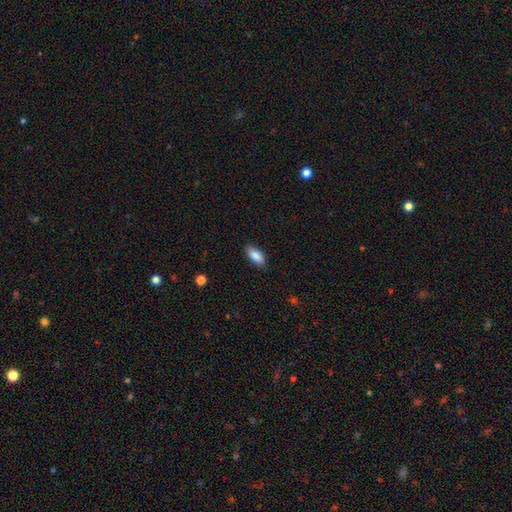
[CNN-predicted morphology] smooth_or_featured: smooth (p=0.88) [alt: star or artifact p=0.06]
how_rounded: in between (p=0.86) [alt: cigar-shaped p=0.11]
merging: none (p=0.87) [alt: minor disturbance p=0.10]